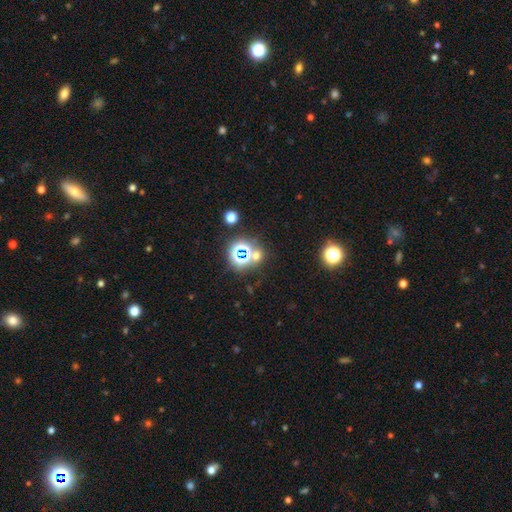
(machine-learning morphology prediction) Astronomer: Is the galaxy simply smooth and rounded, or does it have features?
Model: star or artifact — 56% (runner-up: smooth, 36%).